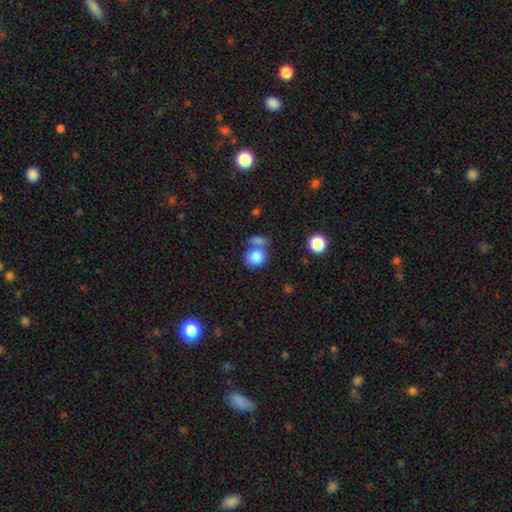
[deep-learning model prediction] Smooth or featured? Predicted: smooth (p=0.84). How rounded? Predicted: round (p=0.72). Merging? Predicted: none (p=0.47).